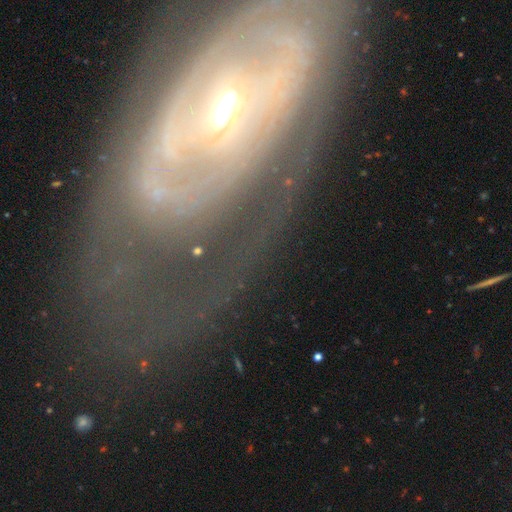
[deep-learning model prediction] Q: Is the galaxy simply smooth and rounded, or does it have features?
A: featured or disk — 81%.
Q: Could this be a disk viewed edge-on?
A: no — 90%.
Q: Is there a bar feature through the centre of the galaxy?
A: no — 49%.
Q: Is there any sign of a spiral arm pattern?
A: yes — 71%.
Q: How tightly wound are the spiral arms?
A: tight — 65%.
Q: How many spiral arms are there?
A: can't tell — 46%.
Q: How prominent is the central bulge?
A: moderate — 51%.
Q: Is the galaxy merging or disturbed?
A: none — 68%.